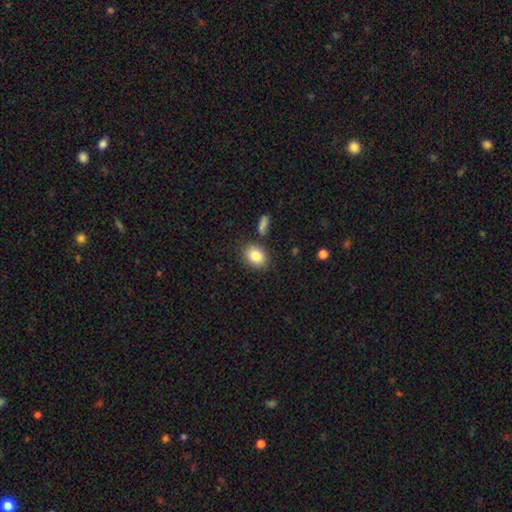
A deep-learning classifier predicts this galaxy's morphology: Smooth or featured?
  - smooth: 84% *
  - featured or disk: 8%
  - star or artifact: 8%
How rounded?
  - in between: 62% *
  - round: 37%
  - cigar-shaped: 1%
Merging?
  - none: 81% *
  - minor disturbance: 11%
  - merger: 5%
  - major disturbance: 3%